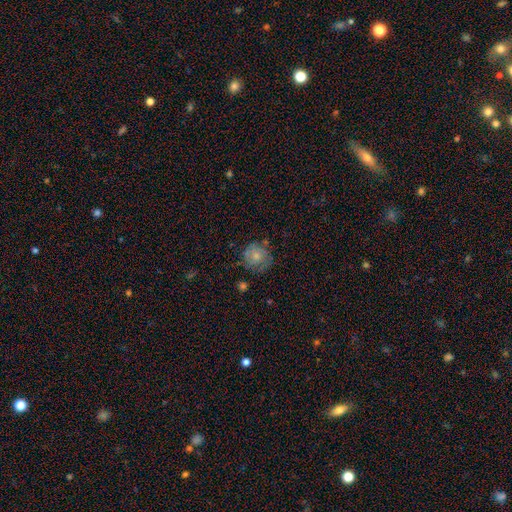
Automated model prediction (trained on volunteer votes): Smooth or featured: smooth — 69% (featured or disk — 23%)
How rounded: round — 89% (in between — 10%)
Merging: none — 68% (minor disturbance — 22%)